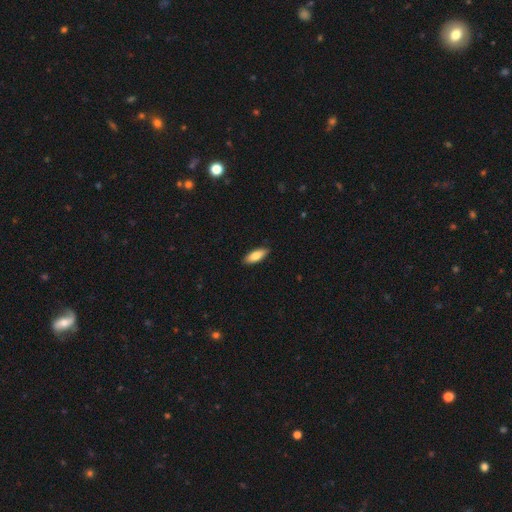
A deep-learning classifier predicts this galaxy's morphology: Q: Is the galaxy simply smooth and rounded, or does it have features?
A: smooth — 80%.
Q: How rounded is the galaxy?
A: in between — 71%.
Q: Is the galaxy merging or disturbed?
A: none — 88%.